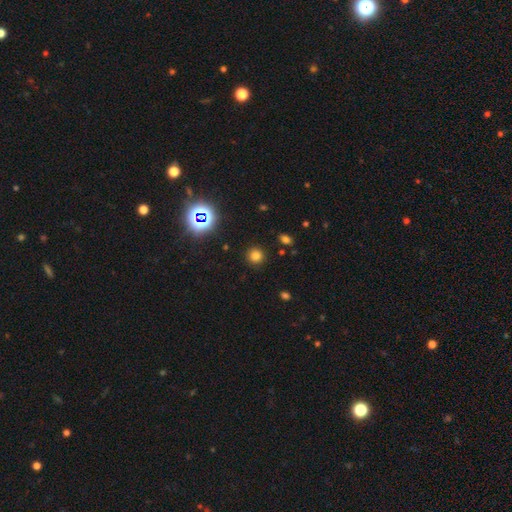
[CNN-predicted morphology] Smooth or featured? smooth (73%)
How rounded? round (93%)
Merging? none (90%)